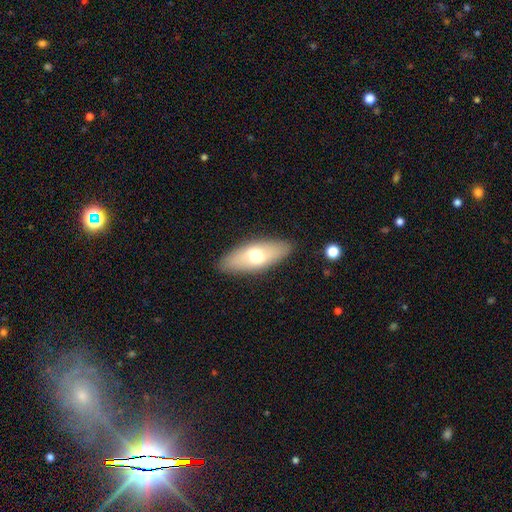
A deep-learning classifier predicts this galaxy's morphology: This is likely a smooth galaxy (61%). How rounded: likely in between (77%). Merging: clearly none (87%).